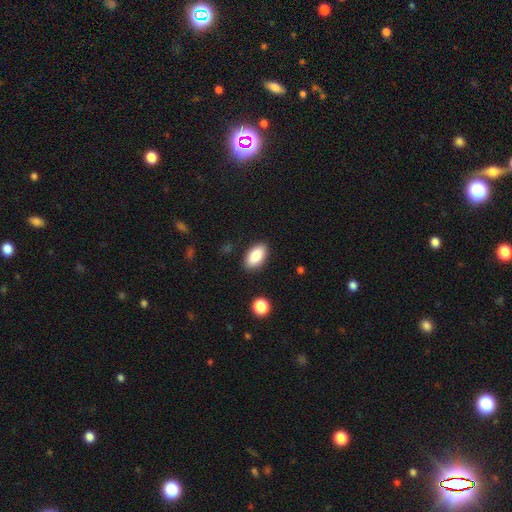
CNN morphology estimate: Overall: smooth (85%). How rounded: in between (93%). Merging: none (88%).